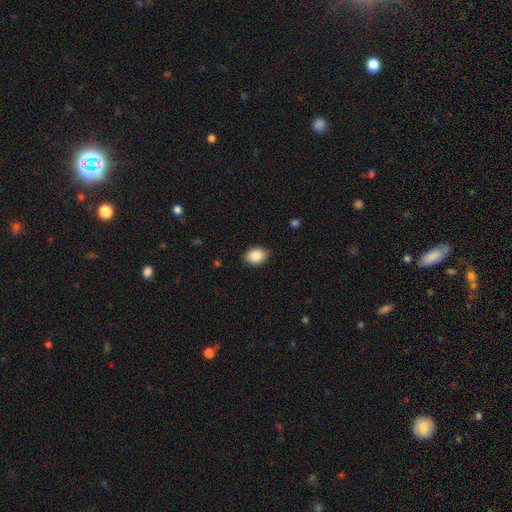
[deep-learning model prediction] Morphology: type=smooth (87%); roundness=in between (72%); merging=none (87%).